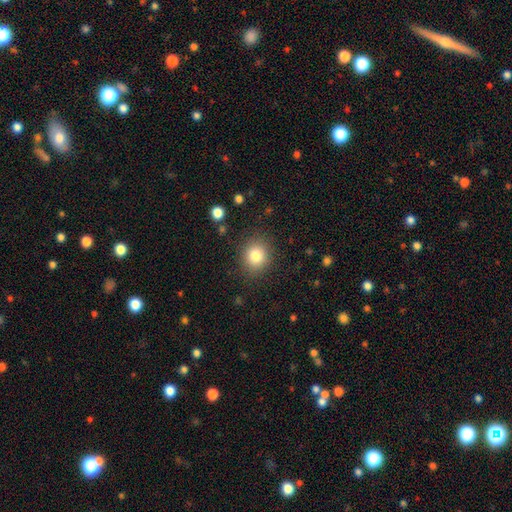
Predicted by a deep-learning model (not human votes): This appears to be a smooth galaxy with no disk features (81%) that is round (78%). Merging: none (87%).